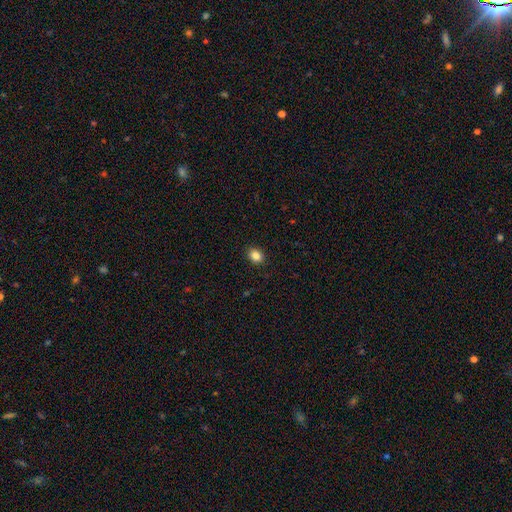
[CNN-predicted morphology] Smooth or featured?
  - smooth: 86% *
  - star or artifact: 10%
  - featured or disk: 4%
How rounded?
  - in between: 61% *
  - round: 38%
  - cigar-shaped: 1%
Merging?
  - none: 90% *
  - minor disturbance: 7%
  - major disturbance: 2%
  - merger: 1%